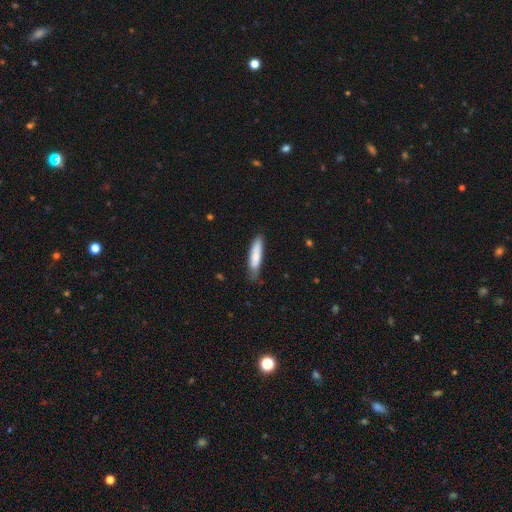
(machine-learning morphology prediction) Smooth or featured? smooth (79%)
How rounded? cigar-shaped (77%)
Merging? none (69%)